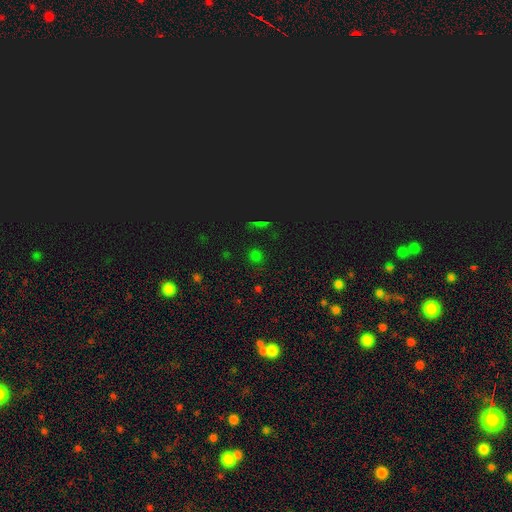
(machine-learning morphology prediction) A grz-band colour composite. It shows a smooth galaxy with no disk features (53%) that is round (81%). Merging: none (84%).